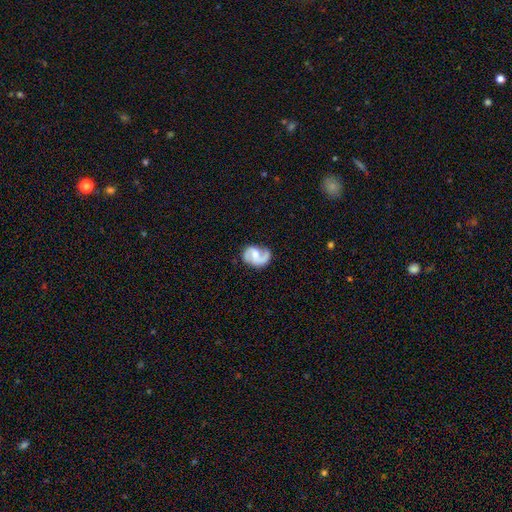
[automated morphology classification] The model was most divided on "bar": weak: 47%, no: 40%, strong: 13%. Remaining: edge-on disk — no (98%); spiral arms — yes (96%); spiral arm count — 2 (85%); smooth or featured — featured or disk (84%); merging — none (72%); spiral winding — medium (50%); bulge size — moderate (46%).